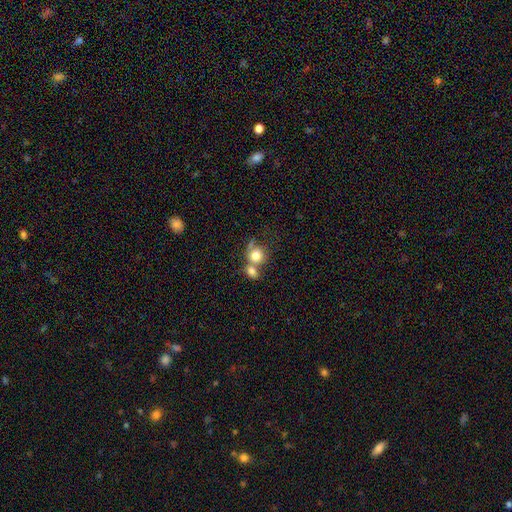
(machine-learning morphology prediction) This is likely a smooth galaxy (78%). How rounded: likely round (76%). Merging: possibly merger (55%).